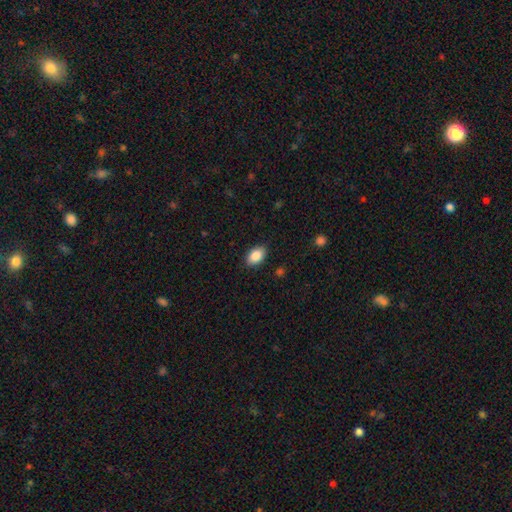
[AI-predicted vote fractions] Smooth or featured? smooth (88%)
How rounded? in between (90%)
Merging? none (88%)